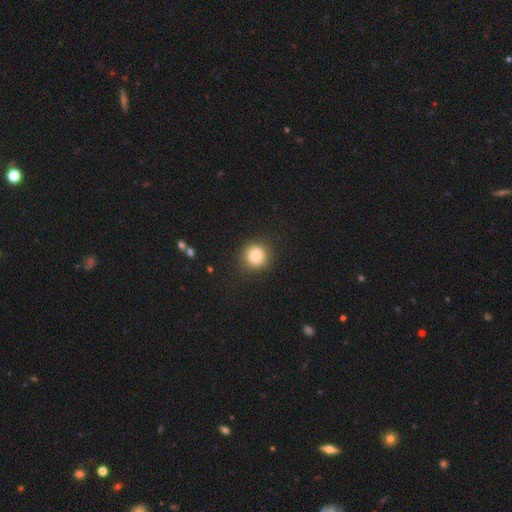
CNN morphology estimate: smooth 84%, star or artifact 10%, featured or disk 7%. Down the decision tree: how rounded — round (91%); merging — none (85%).